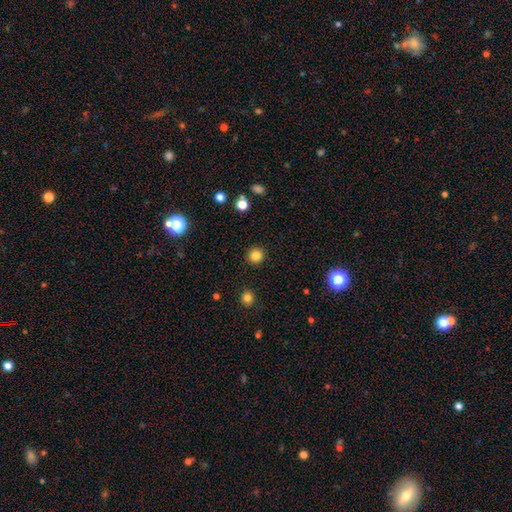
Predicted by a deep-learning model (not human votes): Q: Smooth or featured?
A: smooth (84%); runner-up: star or artifact (12%)
Q: How rounded?
A: round (93%); runner-up: in between (6%)
Q: Merging?
A: none (92%); runner-up: minor disturbance (5%)